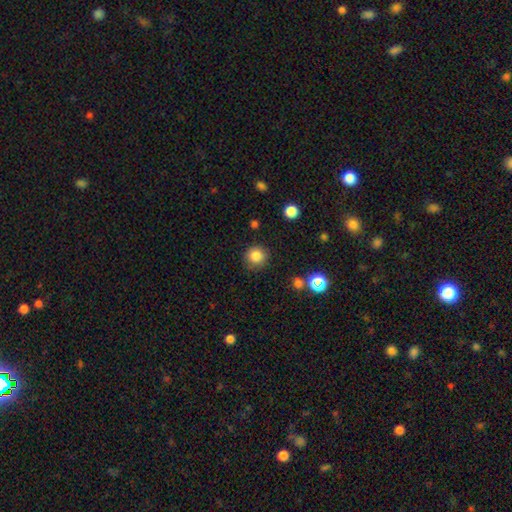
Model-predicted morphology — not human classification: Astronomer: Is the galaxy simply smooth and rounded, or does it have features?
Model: smooth — 85%.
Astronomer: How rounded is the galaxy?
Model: round — 93%.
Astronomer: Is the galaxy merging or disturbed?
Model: none — 86%.